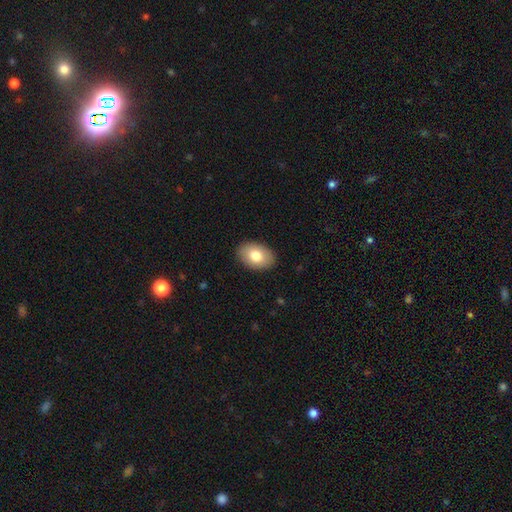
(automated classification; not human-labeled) A smooth galaxy with no disk features (79%) that is in between round and cigar-shaped (85%). Merging: none (89%).